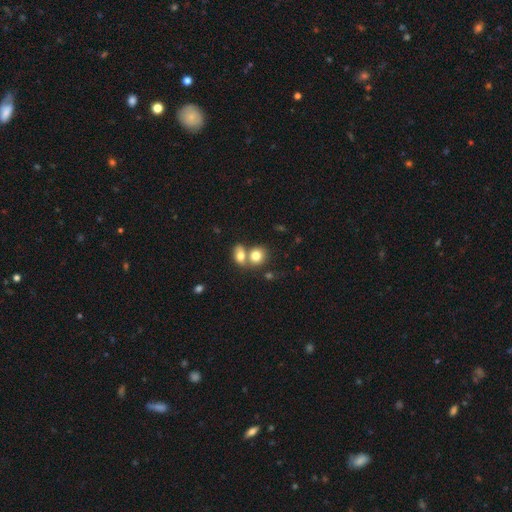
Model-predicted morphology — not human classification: Smooth or featured? Predicted: smooth (p=0.78). How rounded? Predicted: round (p=0.59). Merging? Predicted: merger (p=0.54).